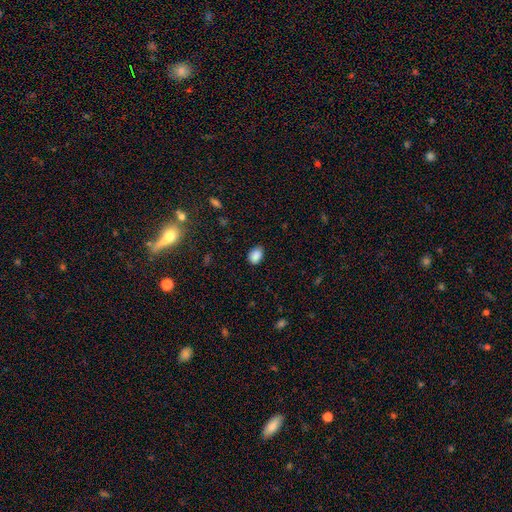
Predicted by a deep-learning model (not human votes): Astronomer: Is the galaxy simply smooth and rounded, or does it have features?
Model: smooth — 88%.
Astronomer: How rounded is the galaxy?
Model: in between — 77%.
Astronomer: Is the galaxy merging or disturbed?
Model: none — 79%.